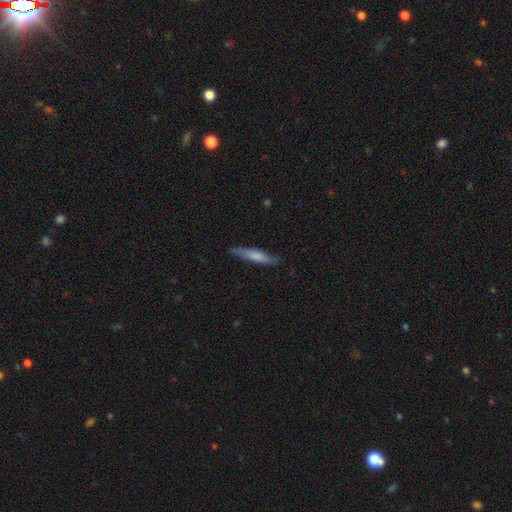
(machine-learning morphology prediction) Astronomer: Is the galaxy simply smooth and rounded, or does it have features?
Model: smooth — 66%.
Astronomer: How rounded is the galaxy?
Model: cigar-shaped — 87%.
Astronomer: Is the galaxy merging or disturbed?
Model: none — 83%.